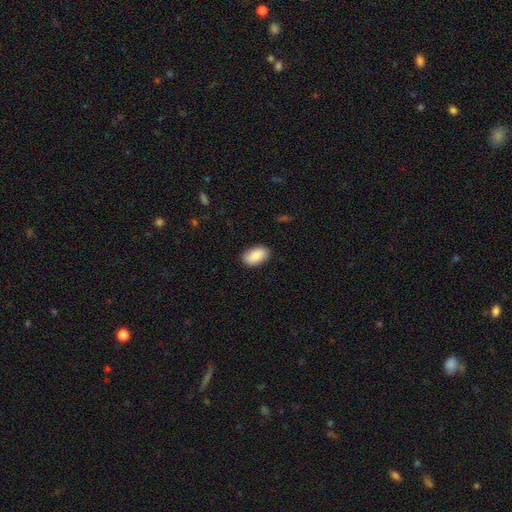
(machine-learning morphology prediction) Overall: smooth (88%). How rounded: in between (93%). Merging: none (87%).